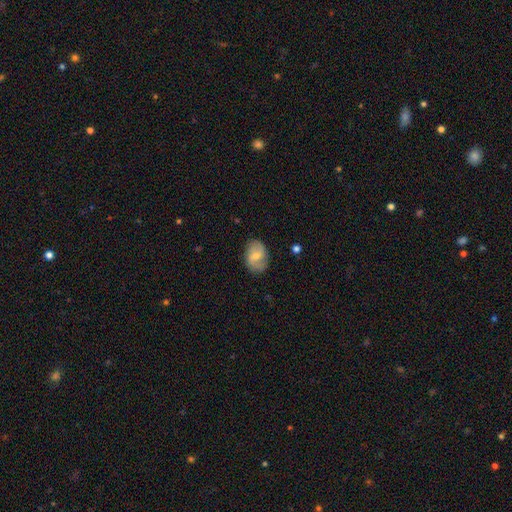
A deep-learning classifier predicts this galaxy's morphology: Smooth or featured?
  - featured or disk: 51% *
  - smooth: 42%
  - star or artifact: 7%
Edge-on disk?
  - no: 96% *
  - yes: 4%
Merging?
  - none: 76% *
  - minor disturbance: 18%
  - major disturbance: 5%
  - merger: 1%